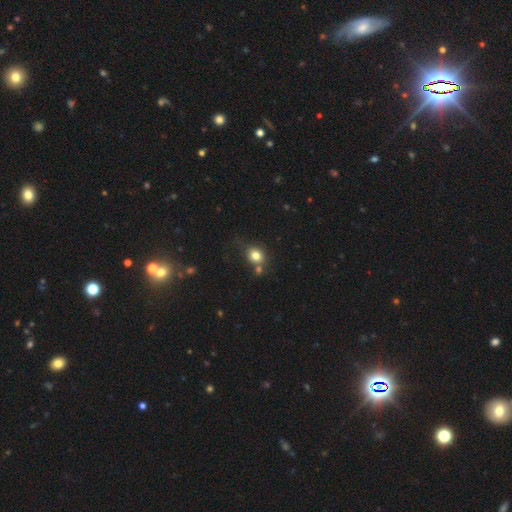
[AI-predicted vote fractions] Smooth or featured?
  - smooth: 79% *
  - star or artifact: 12%
  - featured or disk: 9%
How rounded?
  - round: 68% *
  - in between: 31%
  - cigar-shaped: 1%
Merging?
  - none: 57% *
  - merger: 18%
  - minor disturbance: 17%
  - major disturbance: 7%